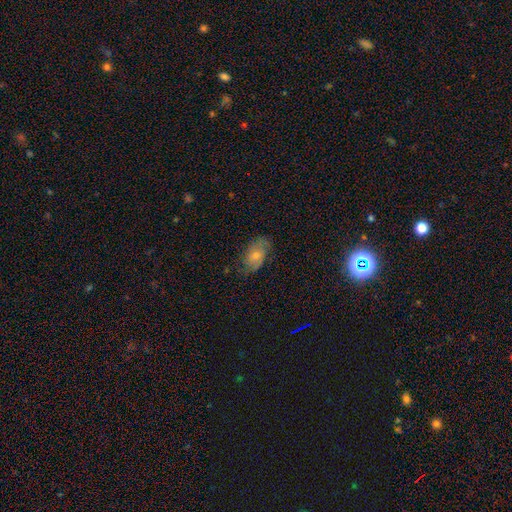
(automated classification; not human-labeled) Morphology: type=smooth (58%); roundness=in between (90%); merging=none (65%).